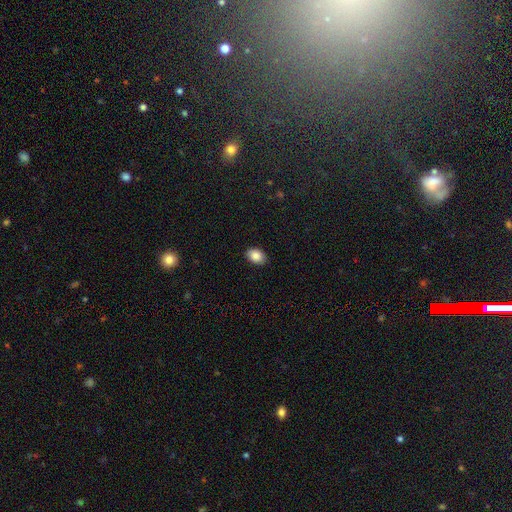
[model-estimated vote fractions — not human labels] Smooth or featured: smooth — 87% (star or artifact — 7%)
How rounded: in between — 82% (round — 17%)
Merging: none — 86% (minor disturbance — 11%)